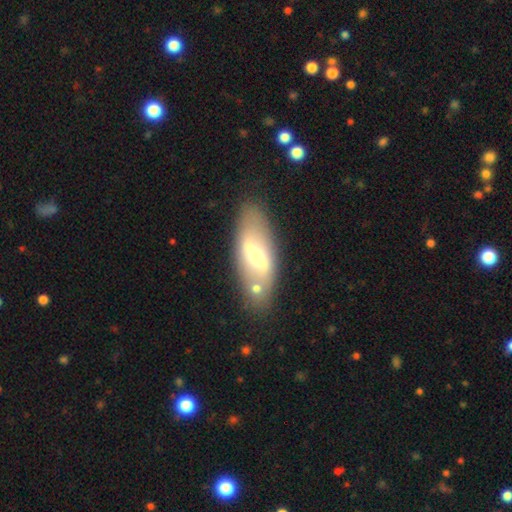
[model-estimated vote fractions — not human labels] Smooth or featured? featured or disk (58%)
Edge-on disk? no (77%)
Merging? none (72%)